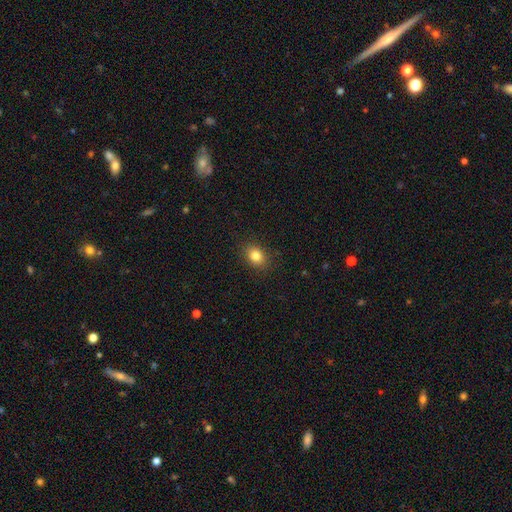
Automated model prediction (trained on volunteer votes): A smooth galaxy with no disk features (82%) that is in between round and cigar-shaped (62%). Merging: none (88%).